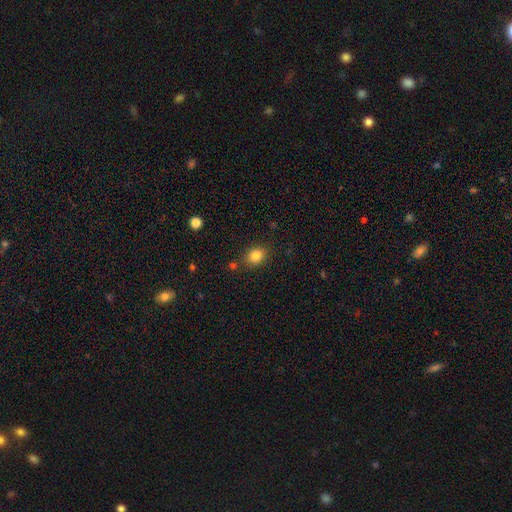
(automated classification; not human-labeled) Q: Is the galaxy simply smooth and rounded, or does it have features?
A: smooth — 83%.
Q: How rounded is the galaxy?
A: round — 52%.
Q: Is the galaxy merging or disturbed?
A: none — 82%.